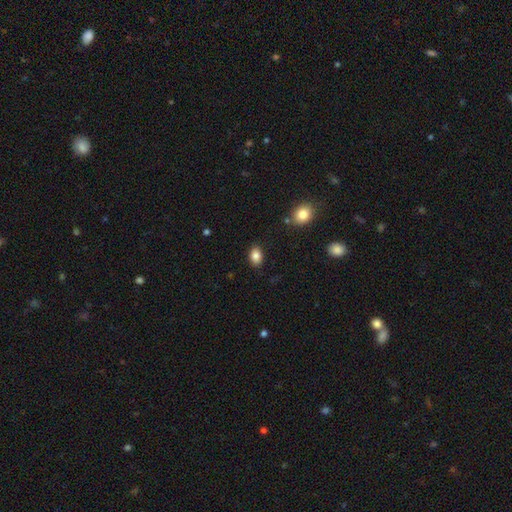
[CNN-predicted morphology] smooth 84%, star or artifact 9%, featured or disk 7%. Down the decision tree: how rounded — in between (79%); merging — none (87%).